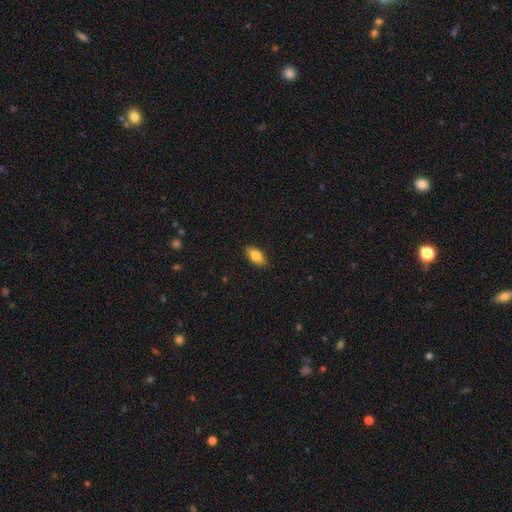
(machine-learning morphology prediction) Smooth or featured?
  - smooth: 82% *
  - featured or disk: 11%
  - star or artifact: 7%
How rounded?
  - in between: 89% *
  - cigar-shaped: 8%
  - round: 3%
Merging?
  - none: 88% *
  - minor disturbance: 9%
  - major disturbance: 2%
  - merger: 1%